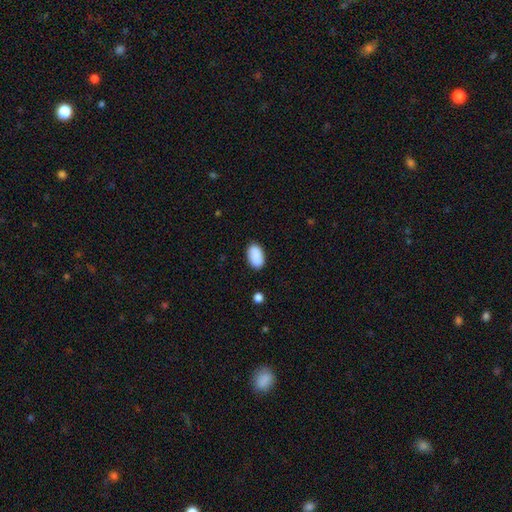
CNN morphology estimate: type=smooth (90%); roundness=in between (94%); merging=none (86%).